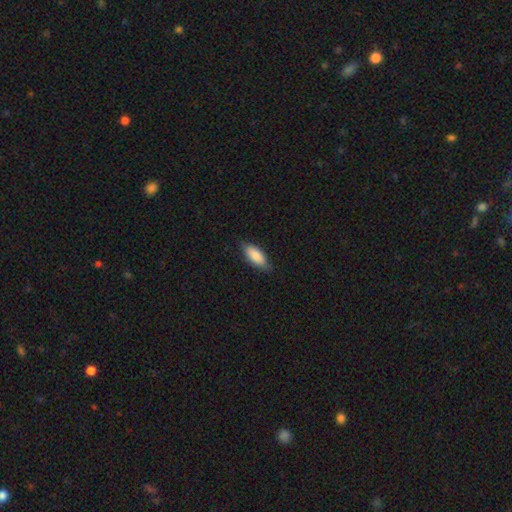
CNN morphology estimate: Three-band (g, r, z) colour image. It shows a smooth galaxy with no disk features (86%) that is in between round and cigar-shaped (84%). Merging: none (78%).